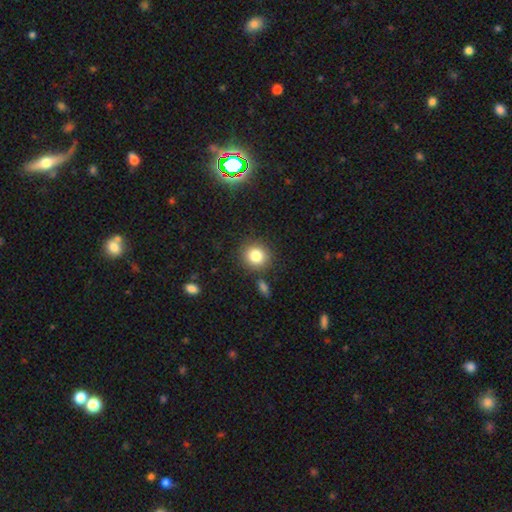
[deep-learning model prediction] This appears to be a smooth galaxy with no disk features (83%) that is round (86%). Merging: none (83%).